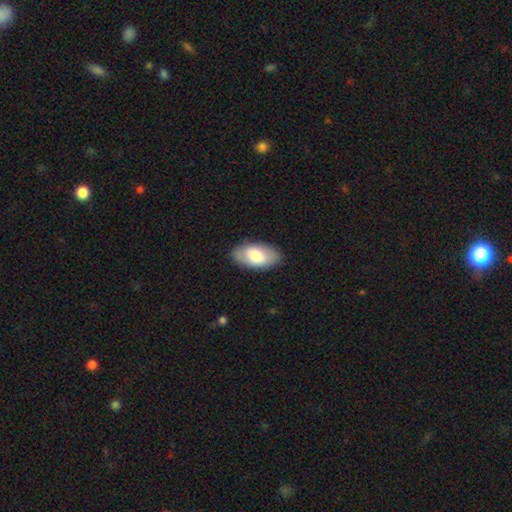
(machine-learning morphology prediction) Q: Smooth or featured?
A: smooth (72%); runner-up: featured or disk (22%)
Q: How rounded?
A: in between (94%); runner-up: round (3%)
Q: Merging?
A: none (85%); runner-up: minor disturbance (11%)